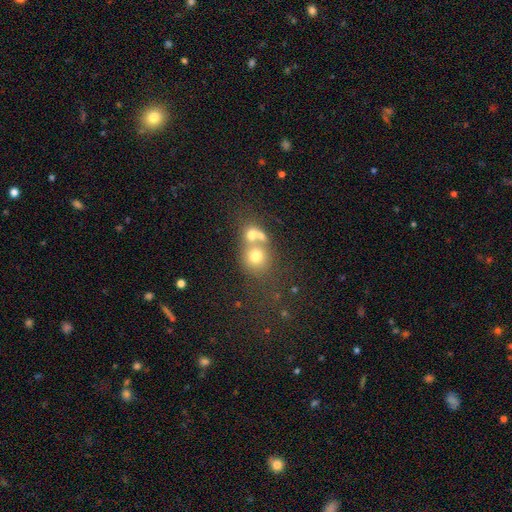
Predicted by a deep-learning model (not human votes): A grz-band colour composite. It shows a smooth galaxy with no disk features (67%) that is round (78%). Merging: merger (53%).